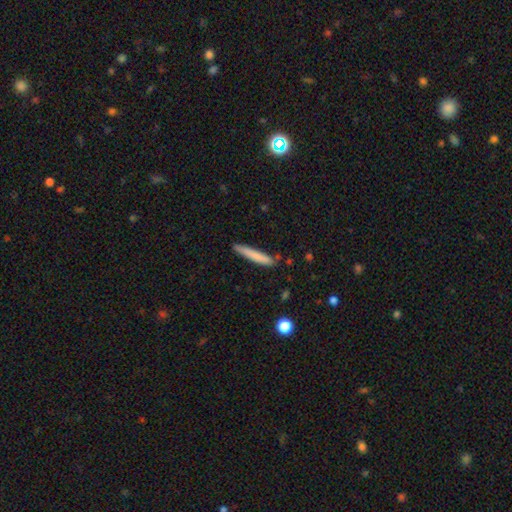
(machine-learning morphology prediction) Smooth or featured? Predicted: smooth (p=0.76). How rounded? Predicted: cigar-shaped (p=0.95). Merging? Predicted: none (p=0.82).